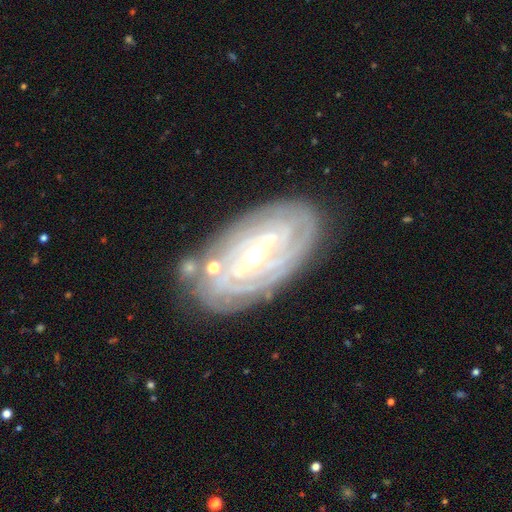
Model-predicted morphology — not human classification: smooth_or_featured: featured or disk (p=0.87) [alt: smooth p=0.08]
disk_edge_on: no (p=0.92) [alt: yes p=0.08]
bar: weak (p=0.41) [alt: strong p=0.36]
has_spiral_arms: yes (p=0.94) [alt: no p=0.06]
spiral_winding: tight (p=0.83) [alt: medium p=0.14]
spiral_arm_count: can't tell (p=0.39) [alt: 4 p=0.17]
bulge_size: moderate (p=0.57) [alt: small p=0.37]
merging: none (p=0.78) [alt: minor disturbance p=0.15]